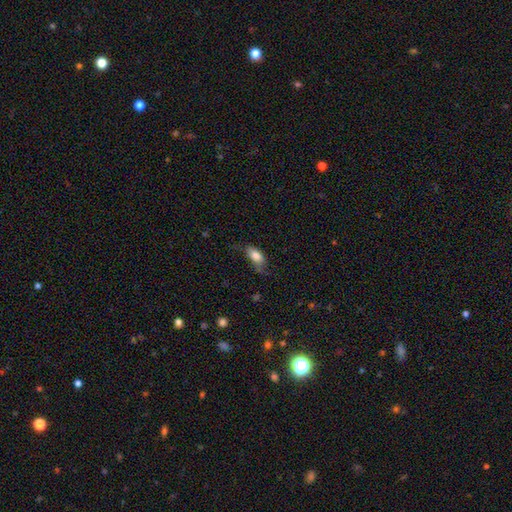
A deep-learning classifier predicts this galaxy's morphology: Smooth or featured: smooth — 80% (featured or disk — 12%)
How rounded: in between — 87% (cigar-shaped — 8%)
Merging: none — 46% (minor disturbance — 34%)